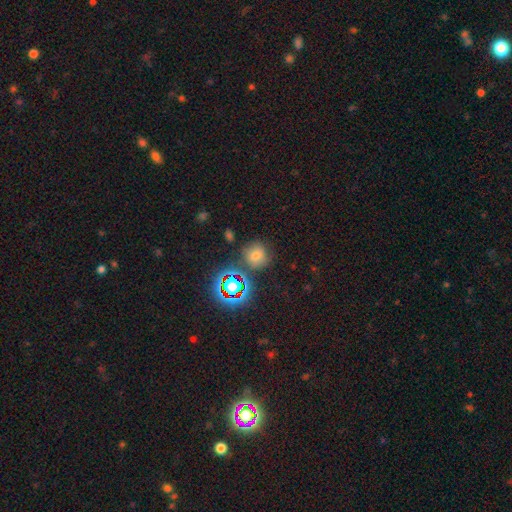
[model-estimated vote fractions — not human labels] Overall: smooth (58%; star or artifact 30%). How rounded: round (87%). Merging: none (77%).